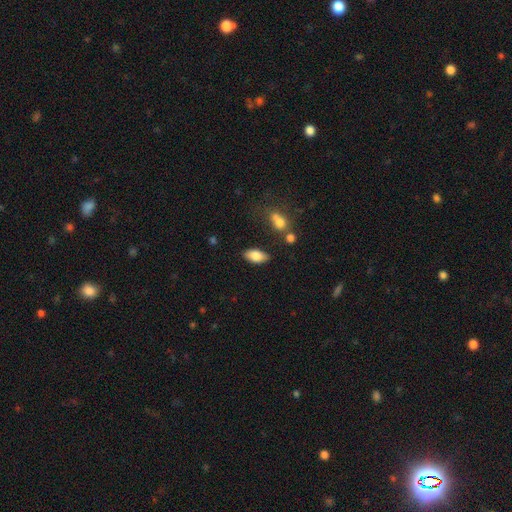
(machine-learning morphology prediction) type=smooth (81%); roundness=in between (91%); merging=none (82%).